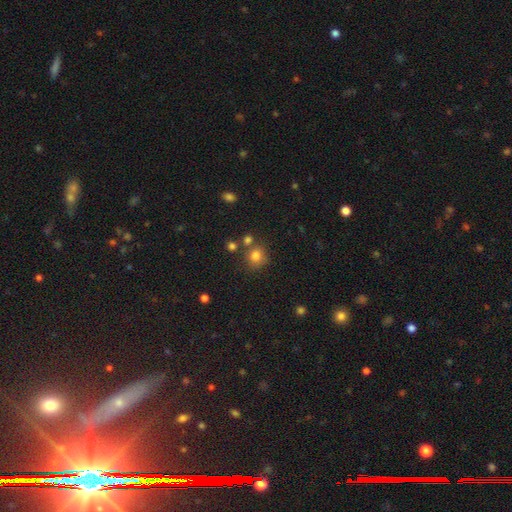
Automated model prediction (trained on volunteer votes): A smooth galaxy with no disk features (80%) that is round (85%).

Vote fractions:
- Smooth or featured? smooth: 80% / star or artifact: 13% / featured or disk: 7%
- How rounded? round: 85% / in between: 14% / cigar-shaped: 1%
- Merging? none: 69% / merger: 14% / minor disturbance: 12% / major disturbance: 4%